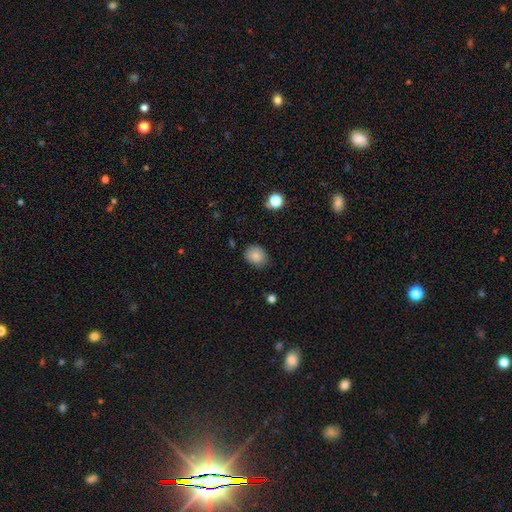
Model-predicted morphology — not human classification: This appears to be a smooth galaxy with no disk features (85%) that is round (52%). Merging: none (82%).